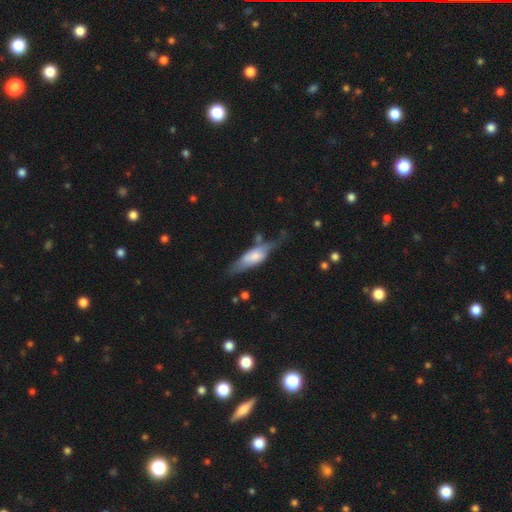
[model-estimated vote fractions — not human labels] Smooth or featured? smooth (52%)
How rounded? in between (55%)
Merging? none (52%)